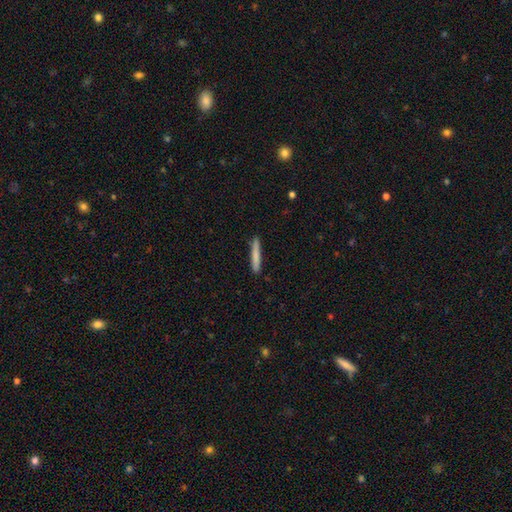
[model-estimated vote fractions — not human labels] The model was most divided on "smooth or featured": smooth: 78%, featured or disk: 17%, star or artifact: 6%. More confident: how rounded — cigar-shaped (96%); merging — none (90%).